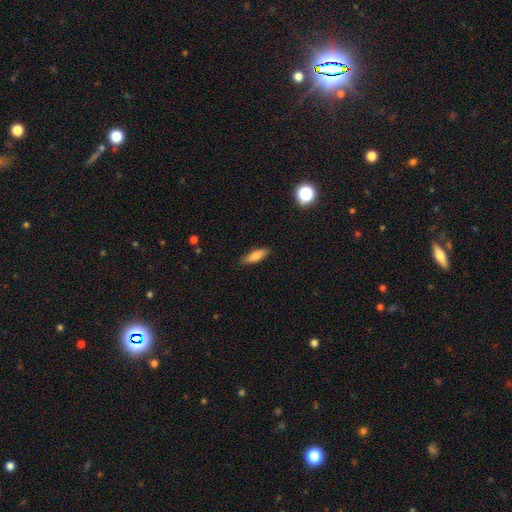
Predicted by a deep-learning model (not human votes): The model was most divided on "how rounded": cigar-shaped: 51%, in between: 47%, round: 2%. More confident: merging — none (84%); smooth or featured — smooth (76%).